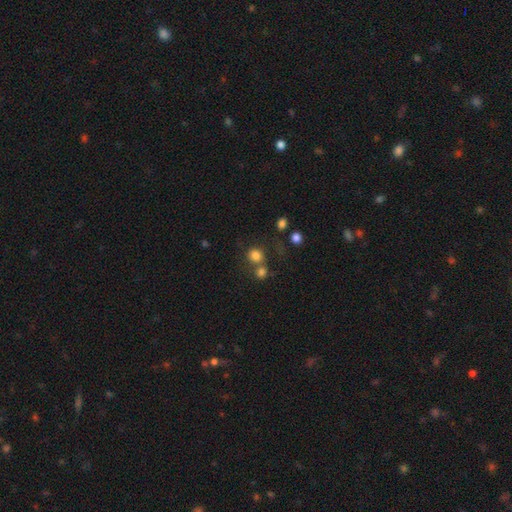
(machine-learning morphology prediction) smooth-or-featured: smooth: 79% | star or artifact: 14% | featured or disk: 7%
  how-rounded: round: 86% | in between: 13% | cigar-shaped: 1%
  merging: none: 56% | merger: 30% | minor disturbance: 9% | major disturbance: 5%